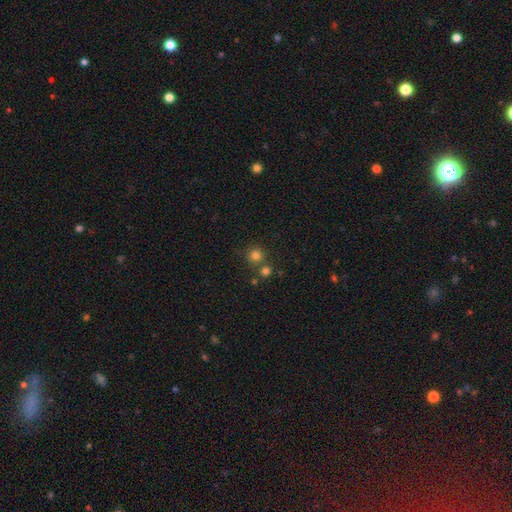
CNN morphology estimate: Smooth or featured?
  - smooth: 78% *
  - star or artifact: 16%
  - featured or disk: 6%
How rounded?
  - round: 93% *
  - in between: 6%
  - cigar-shaped: 1%
Merging?
  - none: 73% *
  - merger: 17%
  - minor disturbance: 7%
  - major disturbance: 3%